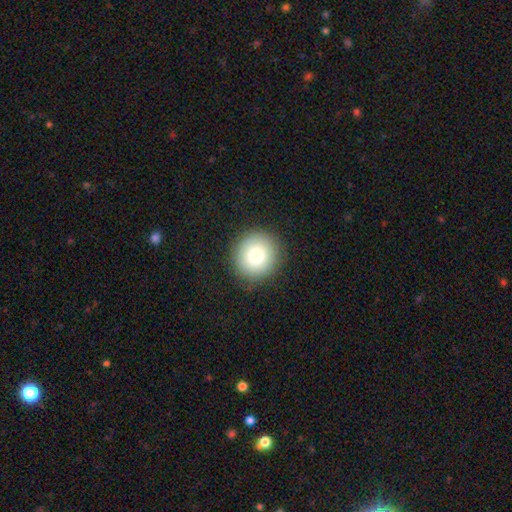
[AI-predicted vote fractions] Morphology: type=smooth (78%); roundness=round (92%); merging=none (88%).